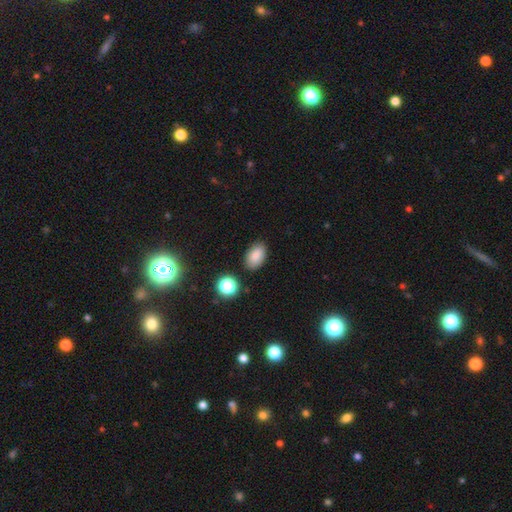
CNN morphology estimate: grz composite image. It shows a smooth galaxy with no disk features (83%) that is in between round and cigar-shaped (90%). Merging: none (84%).